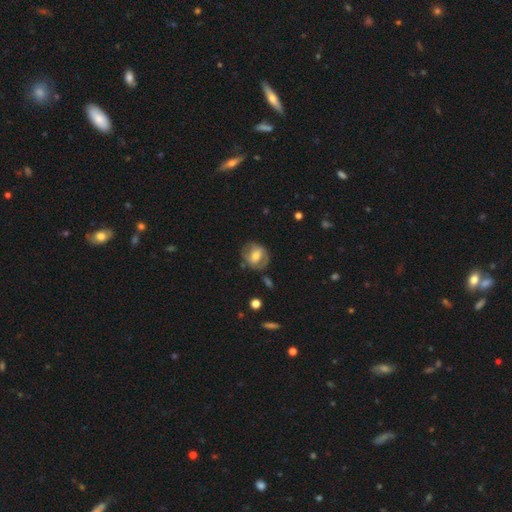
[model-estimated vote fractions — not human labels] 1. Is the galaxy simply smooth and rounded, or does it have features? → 47% featured or disk, 46% smooth, 7% star or artifact.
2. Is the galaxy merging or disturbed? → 67% none, 20% minor disturbance, 10% major disturbance, 3% merger.